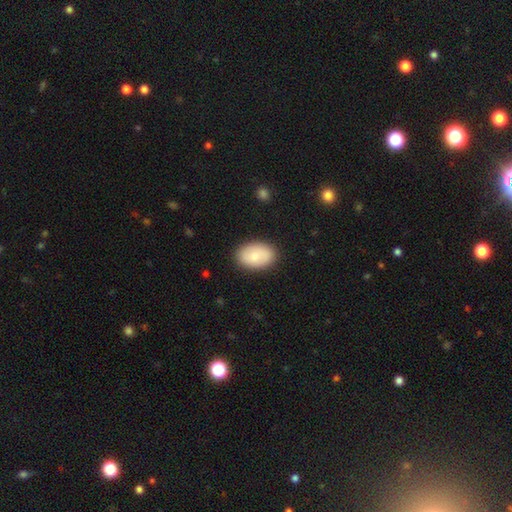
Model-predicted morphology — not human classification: Overall: smooth (77%). How rounded: in between (87%). Merging: none (86%).